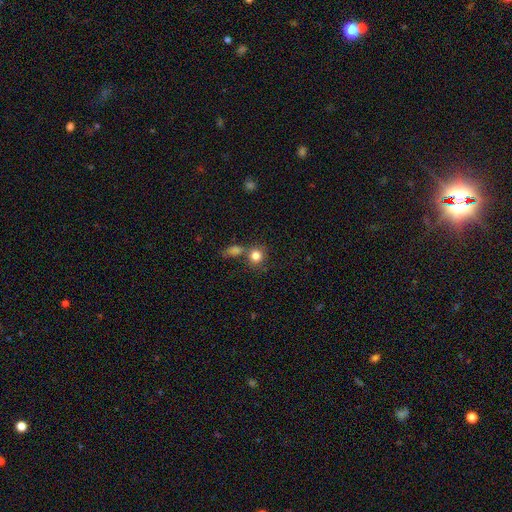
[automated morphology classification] This is clearly a smooth galaxy (82%). How rounded: clearly round (84%). Merging: possibly none (55%).